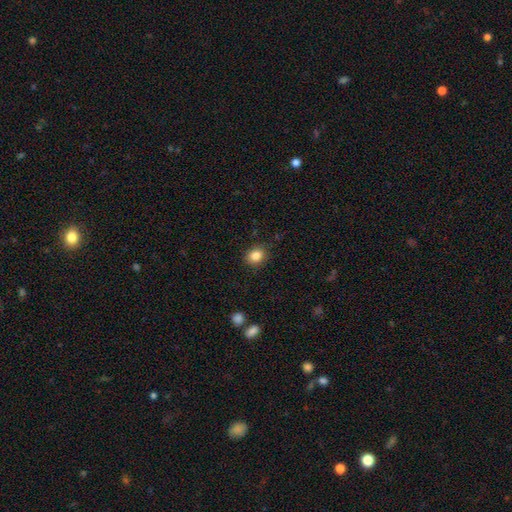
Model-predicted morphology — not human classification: Smooth or featured? Predicted: smooth (p=0.85). How rounded? Predicted: round (p=0.65). Merging? Predicted: none (p=0.86).